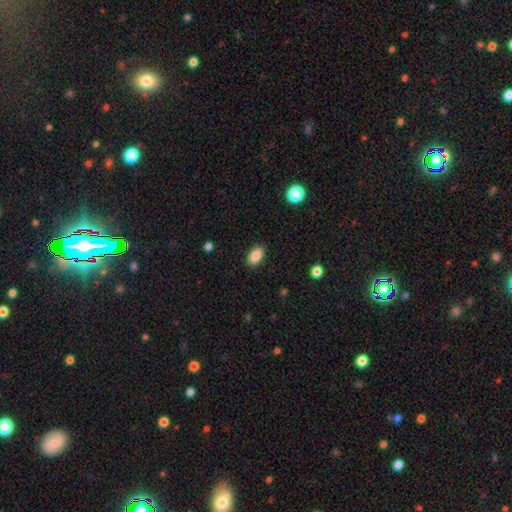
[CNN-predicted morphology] smooth_or_featured: smooth (p=0.87) [alt: star or artifact p=0.08]
how_rounded: in between (p=0.92) [alt: round p=0.06]
merging: none (p=0.88) [alt: minor disturbance p=0.09]